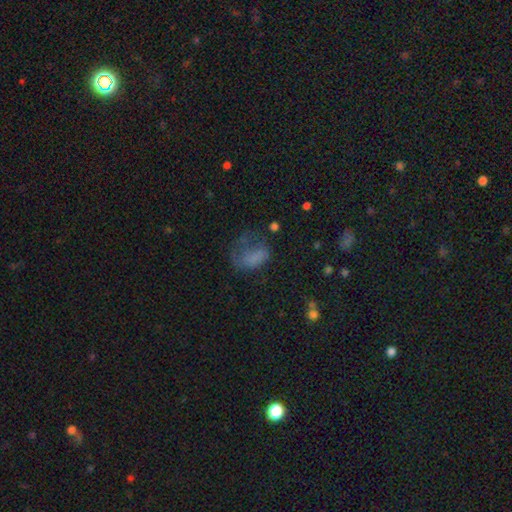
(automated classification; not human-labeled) This is likely a smooth galaxy (61%). How rounded: likely in between (77%). Merging: possibly major disturbance (52%).